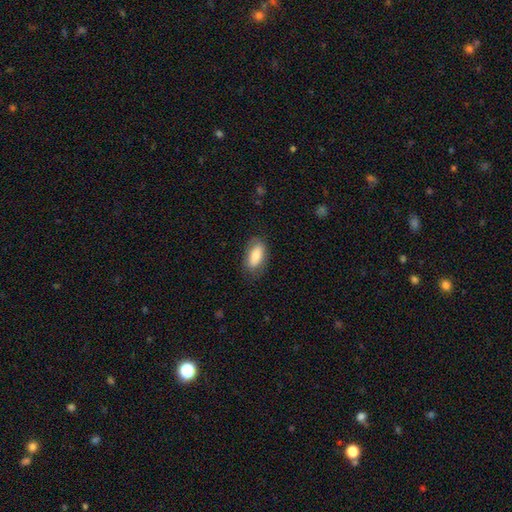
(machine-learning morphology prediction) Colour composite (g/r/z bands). It shows a smooth galaxy with no disk features (78%) that is in between round and cigar-shaped (87%). Merging: none (74%).